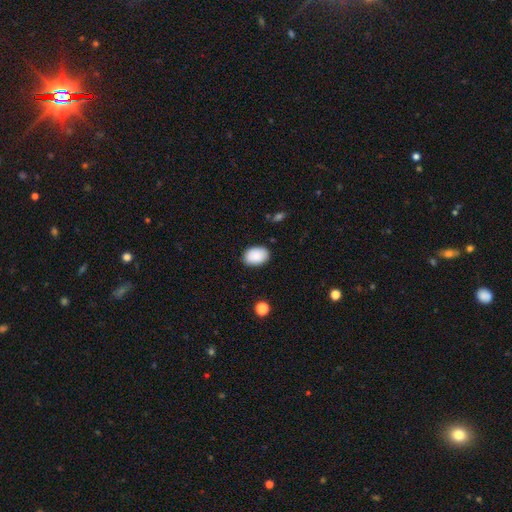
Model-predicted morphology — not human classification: A smooth galaxy with no disk features (89%) that is in between round and cigar-shaped (84%). Merging: none (87%).